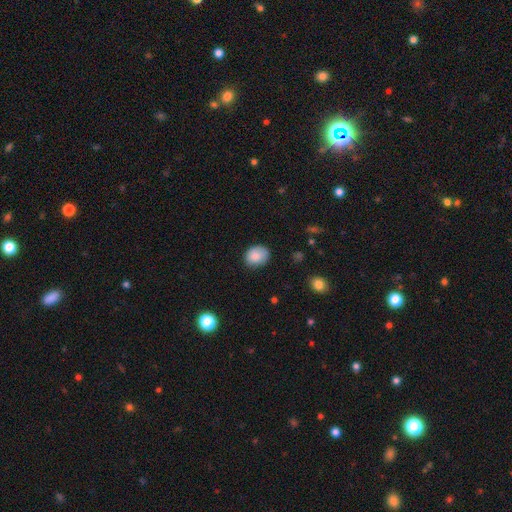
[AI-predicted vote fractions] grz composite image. It shows a smooth galaxy with no disk features (85%) that is in between round and cigar-shaped (52%). Merging: none (77%).